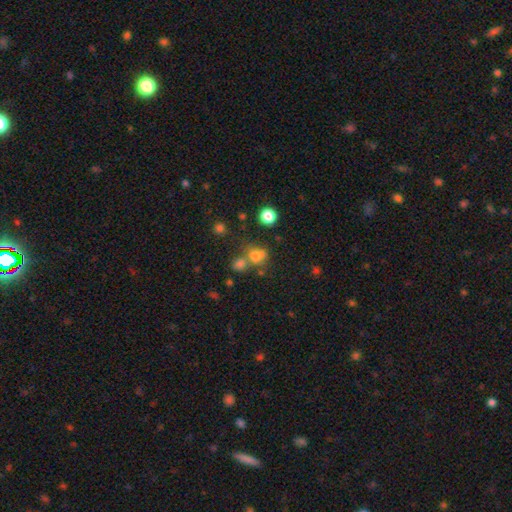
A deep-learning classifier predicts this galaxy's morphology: This appears to be a smooth galaxy with no disk features (70%) that is round (71%). Merging: none (47%).